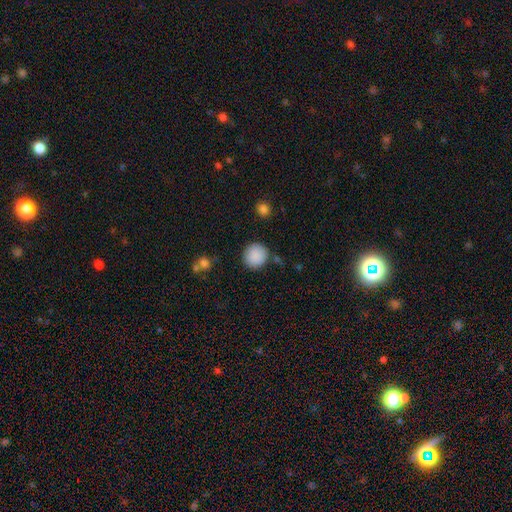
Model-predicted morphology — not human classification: This is clearly a smooth galaxy (89%). How rounded: clearly round (93%). Merging: clearly none (84%).